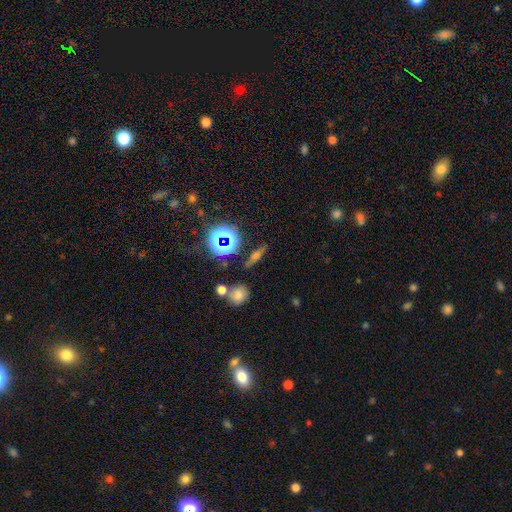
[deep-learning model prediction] This appears to be a smooth galaxy with no disk features (38%). Merging: none (84%).